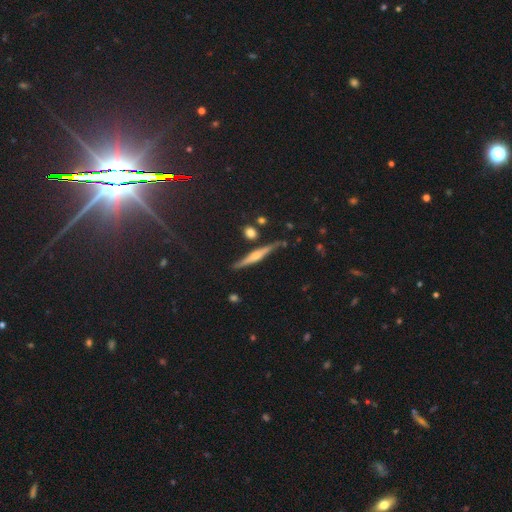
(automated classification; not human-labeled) Morphology: type=featured or disk (66%); edge-on=yes (95%); edge-on bulge=rounded (78%); merging=none (80%).